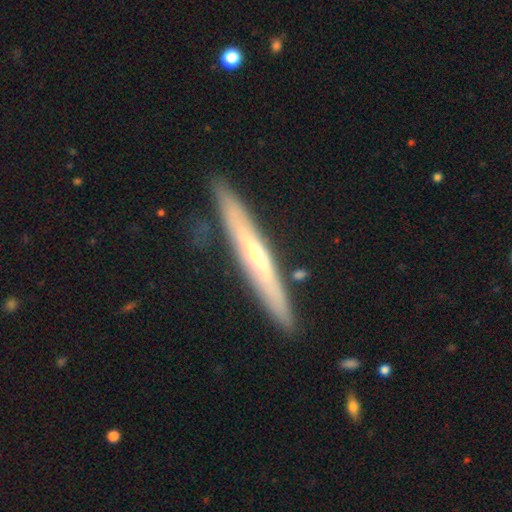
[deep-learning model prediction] smooth-or-featured: featured or disk: 66% | smooth: 28% | star or artifact: 6%
  disk-edge-on: yes: 88% | no: 12%
    edge-on-bulge: rounded: 58% | none: 37% | boxy: 5%
  merging: none: 85% | minor disturbance: 11% | merger: 2% | major disturbance: 2%